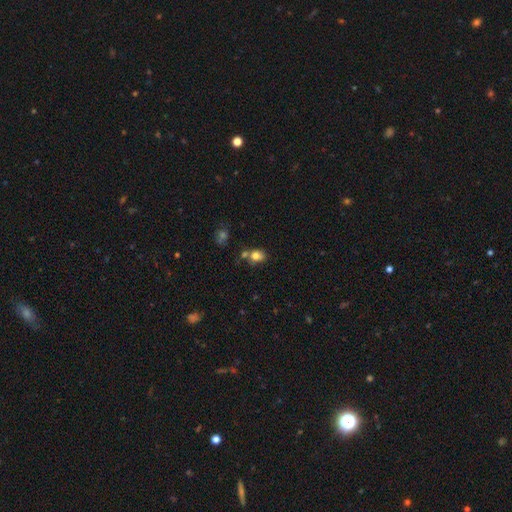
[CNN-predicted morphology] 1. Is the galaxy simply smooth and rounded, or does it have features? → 78% smooth, 12% star or artifact, 10% featured or disk.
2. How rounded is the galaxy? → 53% in between, 46% round, 1% cigar-shaped.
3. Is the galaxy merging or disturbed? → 53% none, 24% merger, 17% minor disturbance, 6% major disturbance.